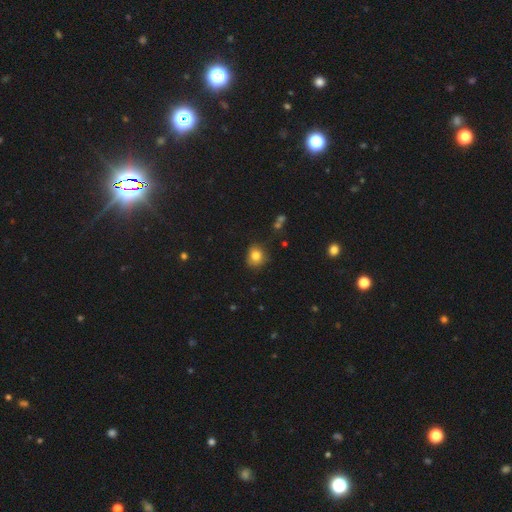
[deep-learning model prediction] A smooth galaxy with no disk features (81%) that is round (77%). Merging: none (80%).